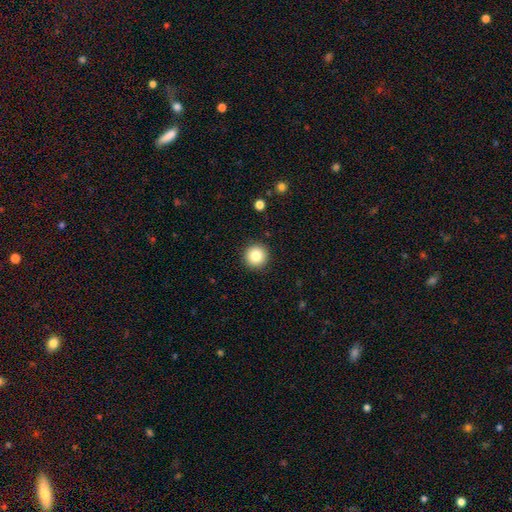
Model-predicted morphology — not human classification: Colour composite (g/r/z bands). It shows a smooth galaxy with no disk features (84%) that is round (96%). Merging: none (92%).